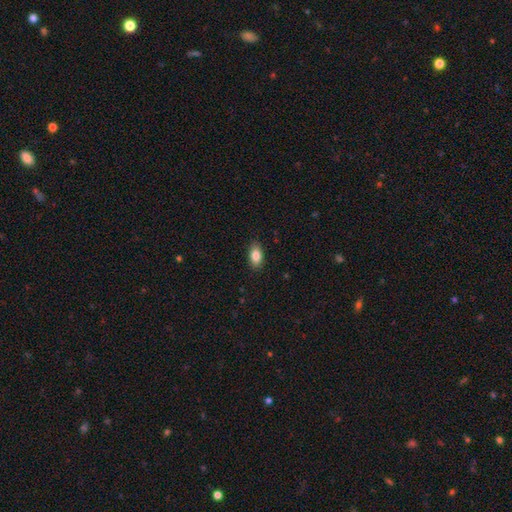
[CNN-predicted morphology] smooth-or-featured: smooth: 86% | star or artifact: 7% | featured or disk: 7%
  how-rounded: in between: 90% | round: 5% | cigar-shaped: 4%
  merging: none: 87% | minor disturbance: 10% | major disturbance: 2% | merger: 1%